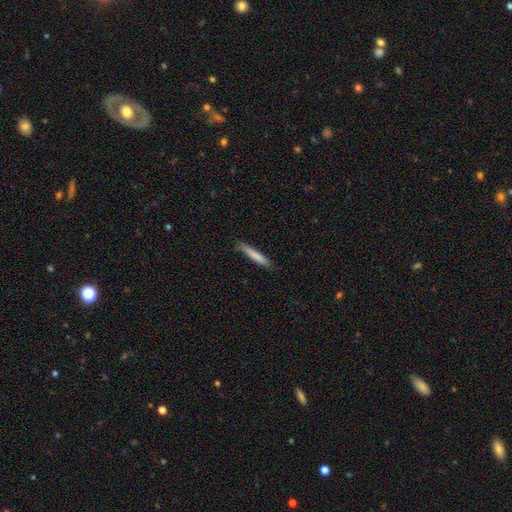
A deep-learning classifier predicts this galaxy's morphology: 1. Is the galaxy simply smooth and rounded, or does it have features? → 78% smooth, 16% featured or disk, 6% star or artifact.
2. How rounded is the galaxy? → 94% cigar-shaped, 5% in between, 1% round.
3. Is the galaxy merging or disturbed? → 83% none, 14% minor disturbance, 2% major disturbance, 1% merger.